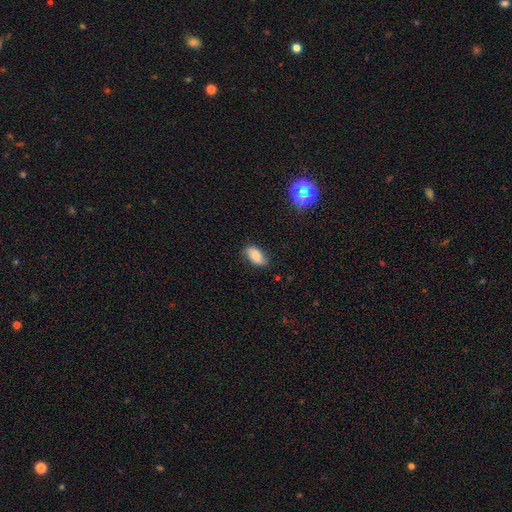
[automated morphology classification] type=smooth (74%); roundness=in between (91%); merging=none (77%).